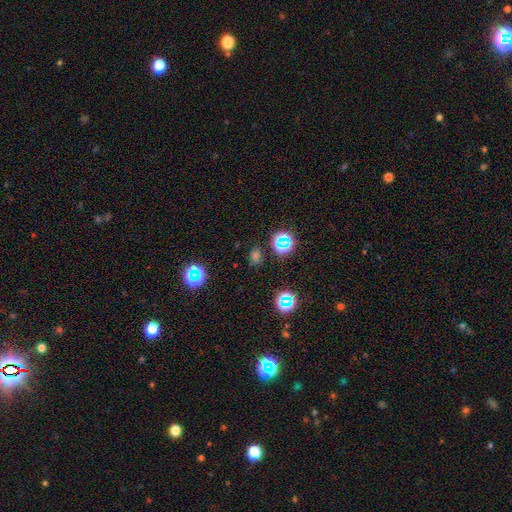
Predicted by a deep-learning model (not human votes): This appears to be a star or artifact, not a galaxy (49%).